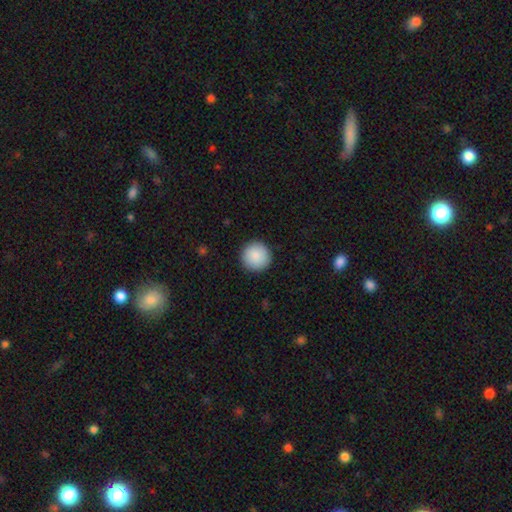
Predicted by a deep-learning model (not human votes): This is clearly a smooth galaxy (89%). How rounded: clearly round (96%). Merging: clearly none (92%).